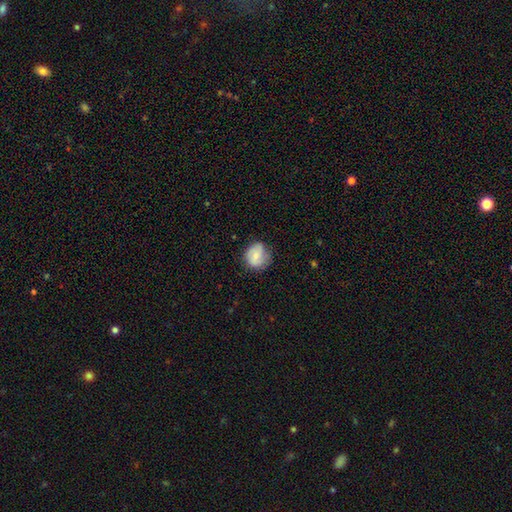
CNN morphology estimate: This appears to be a smooth galaxy with no disk features (62%) that is round (73%). Merging: none (63%).